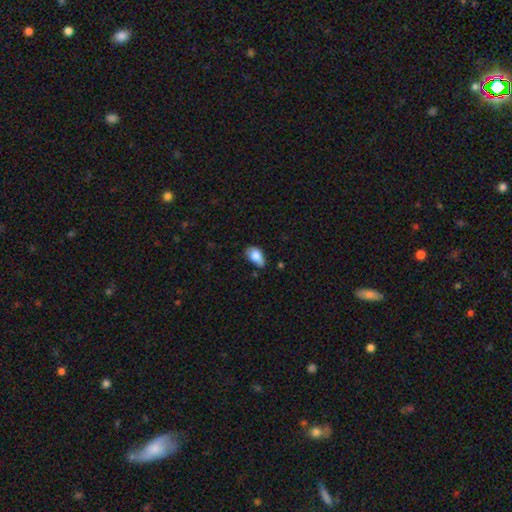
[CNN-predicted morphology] Smooth or featured: smooth — 77% (featured or disk — 15%)
How rounded: in between — 88% (round — 10%)
Merging: minor disturbance — 44% (none — 36%)